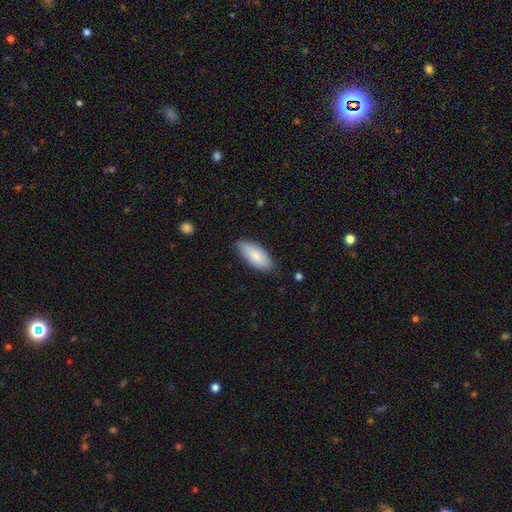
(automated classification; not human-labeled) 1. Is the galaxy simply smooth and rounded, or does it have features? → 84% smooth, 11% featured or disk, 5% star or artifact.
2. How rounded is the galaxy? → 86% in between, 12% cigar-shaped, 2% round.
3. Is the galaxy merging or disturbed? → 78% none, 18% minor disturbance, 3% major disturbance, 1% merger.